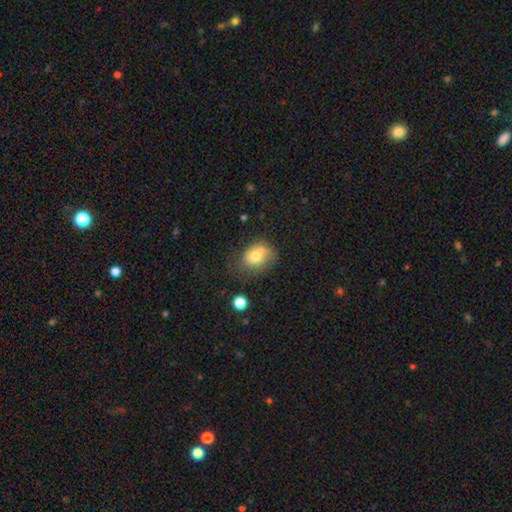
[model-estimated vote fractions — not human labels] Smooth or featured? Predicted: smooth (p=0.72). How rounded? Predicted: in between (p=0.51). Merging? Predicted: none (p=0.47).